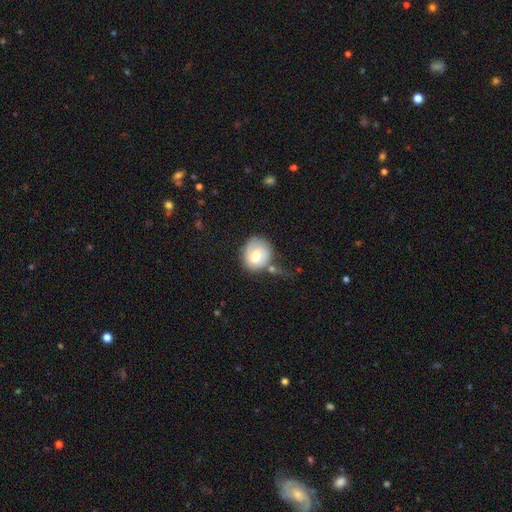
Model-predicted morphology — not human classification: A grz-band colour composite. It shows a smooth galaxy with no disk features (58%) that is round (68%). Merging: none (54%).